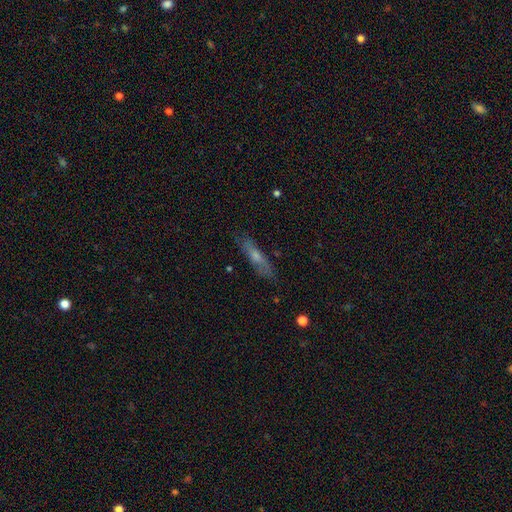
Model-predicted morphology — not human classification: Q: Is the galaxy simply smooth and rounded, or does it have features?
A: featured or disk — 47%.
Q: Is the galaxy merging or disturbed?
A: none — 84%.